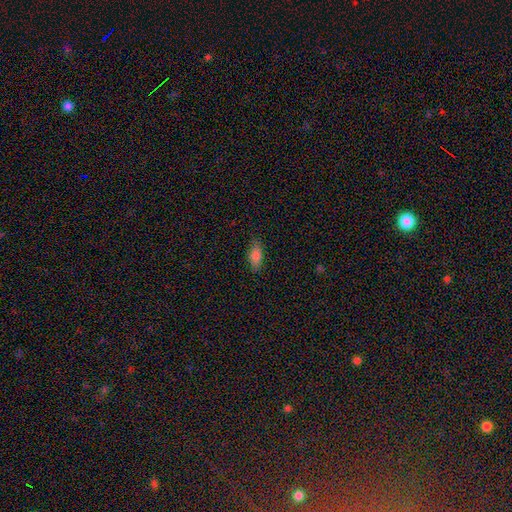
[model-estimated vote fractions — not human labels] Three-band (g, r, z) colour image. It shows a smooth galaxy with no disk features (83%) that is in between round and cigar-shaped (83%). Merging: none (83%).